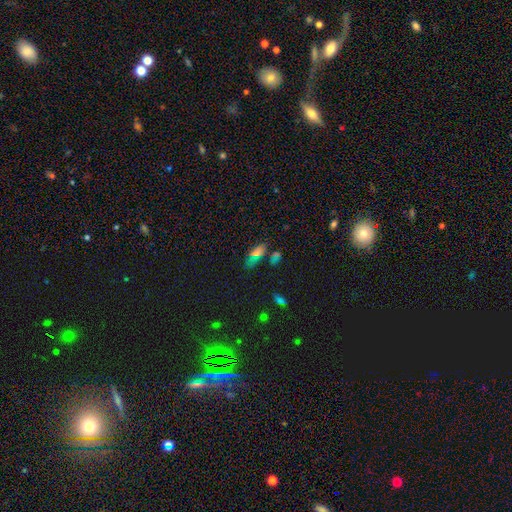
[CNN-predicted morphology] smooth-or-featured: smooth: 56% | star or artifact: 25% | featured or disk: 19%
  how-rounded: in between: 74% | cigar-shaped: 20% | round: 6%
  merging: none: 66% | minor disturbance: 19% | merger: 9% | major disturbance: 7%